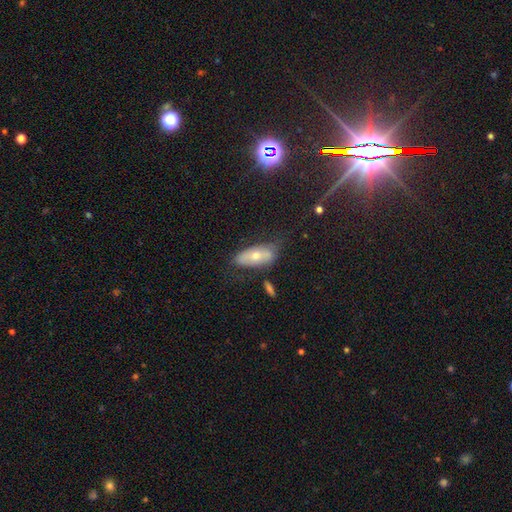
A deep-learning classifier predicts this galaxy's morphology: smooth_or_featured: smooth (p=0.50) [alt: featured or disk p=0.37]
merging: none (p=0.60) [alt: minor disturbance p=0.26]